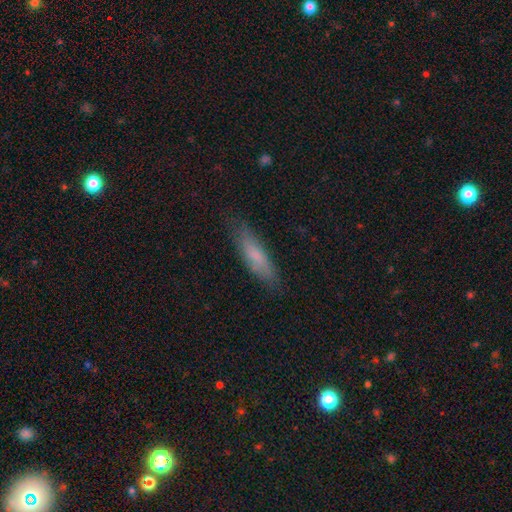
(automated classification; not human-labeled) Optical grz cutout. It shows a smooth galaxy with no disk features (74%) that is cigar-shaped (66%). Merging: none (78%).